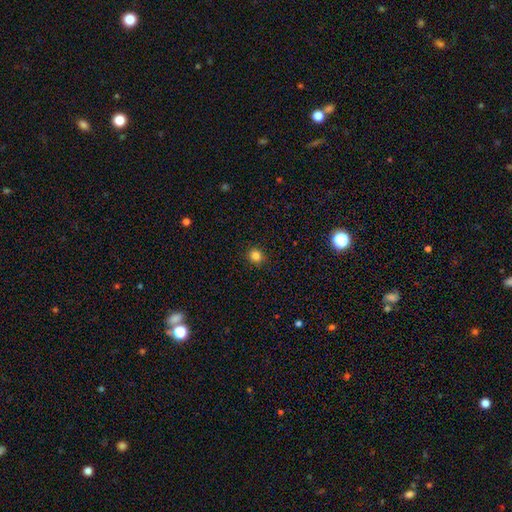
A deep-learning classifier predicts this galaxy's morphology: smooth-or-featured: smooth: 83% | star or artifact: 13% | featured or disk: 4%
  how-rounded: round: 86% | in between: 13% | cigar-shaped: 1%
  merging: none: 91% | minor disturbance: 6% | major disturbance: 2% | merger: 1%